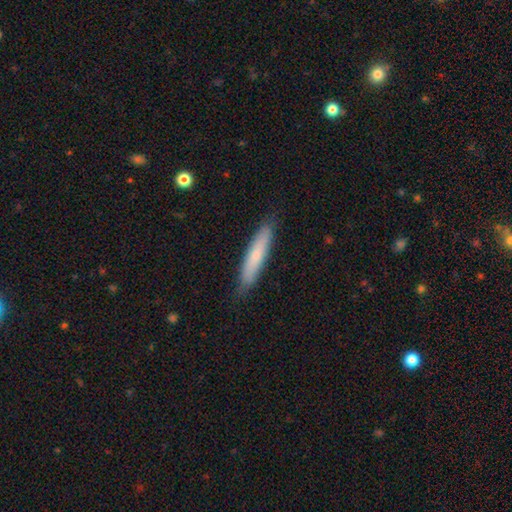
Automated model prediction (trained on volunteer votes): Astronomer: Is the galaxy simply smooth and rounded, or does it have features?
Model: smooth — 71%.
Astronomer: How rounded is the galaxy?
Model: cigar-shaped — 89%.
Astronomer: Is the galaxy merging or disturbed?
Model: none — 85%.